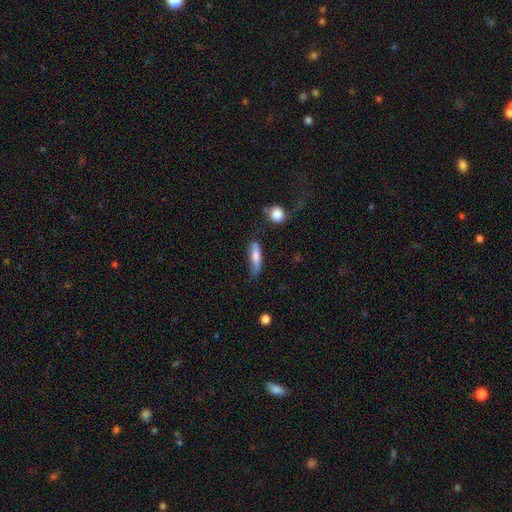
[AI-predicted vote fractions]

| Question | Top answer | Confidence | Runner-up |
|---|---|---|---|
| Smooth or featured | smooth | 73% | featured or disk (20%) |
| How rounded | cigar-shaped | 70% | in between (28%) |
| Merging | none | 54% | minor disturbance (31%) |